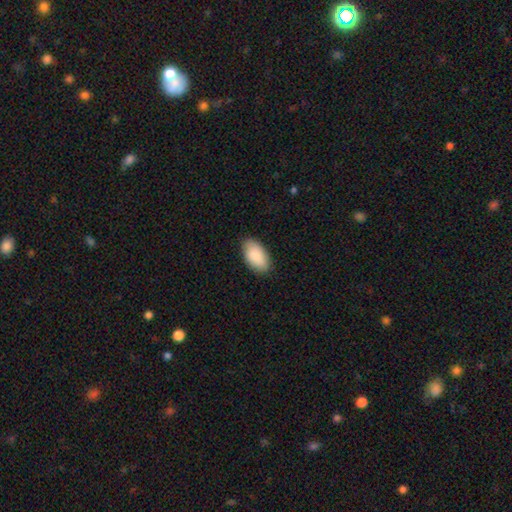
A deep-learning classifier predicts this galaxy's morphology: Q: Smooth or featured?
A: smooth (89%); runner-up: featured or disk (5%)
Q: How rounded?
A: in between (96%); runner-up: round (3%)
Q: Merging?
A: none (86%); runner-up: minor disturbance (11%)